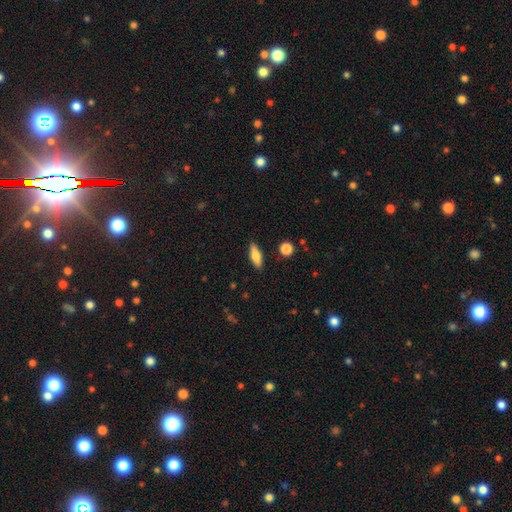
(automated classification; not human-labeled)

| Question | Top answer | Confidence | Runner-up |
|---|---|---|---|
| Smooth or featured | smooth | 75% | featured or disk (19%) |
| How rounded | in between | 55% | cigar-shaped (42%) |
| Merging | none | 87% | minor disturbance (9%) |